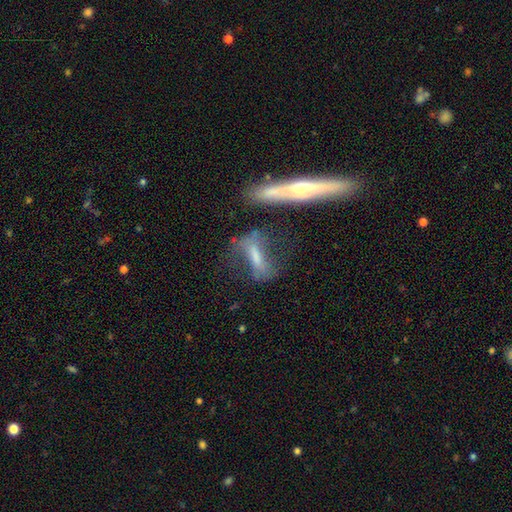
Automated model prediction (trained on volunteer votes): Smooth or featured?
  - featured or disk: 48% *
  - smooth: 40%
  - star or artifact: 12%
Merging?
  - none: 41% *
  - major disturbance: 22%
  - minor disturbance: 21%
  - merger: 17%